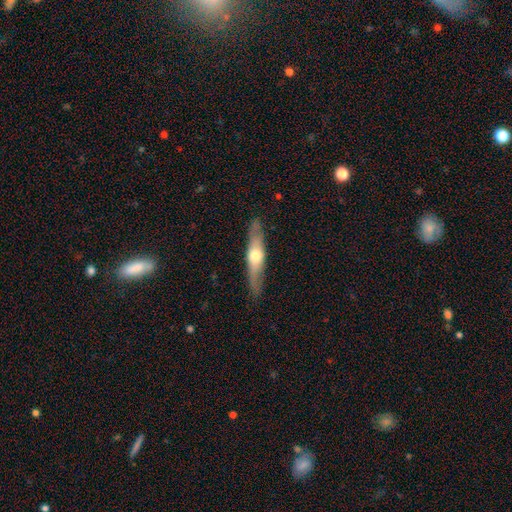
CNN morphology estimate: smooth-or-featured: featured or disk: 55% | smooth: 40% | star or artifact: 5%
  disk-edge-on: yes: 85% | no: 15%
  merging: none: 86% | minor disturbance: 10% | major disturbance: 3% | merger: 1%